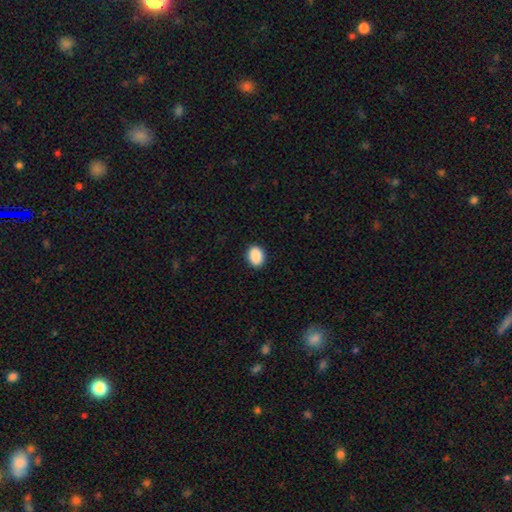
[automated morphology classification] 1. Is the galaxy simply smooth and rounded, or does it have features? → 90% smooth, 7% star or artifact, 2% featured or disk.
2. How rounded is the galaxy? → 61% in between, 38% round, 1% cigar-shaped.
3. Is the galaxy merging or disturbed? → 90% none, 7% minor disturbance, 2% major disturbance, 1% merger.